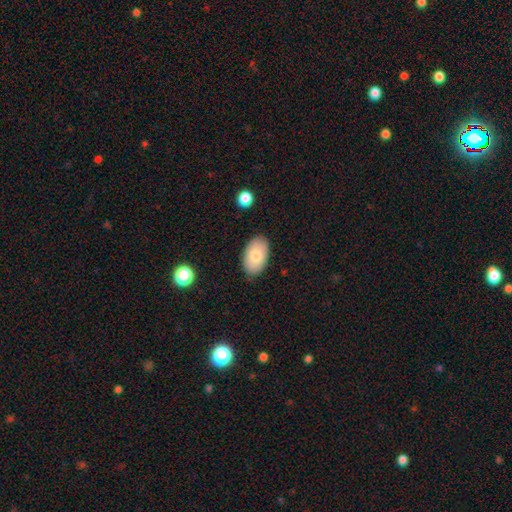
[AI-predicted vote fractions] smooth-or-featured: smooth: 81% | featured or disk: 13% | star or artifact: 6%
  how-rounded: in between: 94% | round: 5% | cigar-shaped: 1%
  merging: none: 85% | minor disturbance: 11% | major disturbance: 2% | merger: 1%